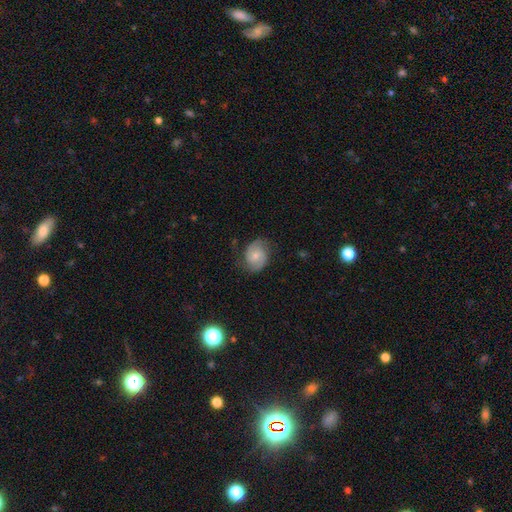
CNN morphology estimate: smooth_or_featured: featured or disk (p=0.68) [alt: smooth p=0.25]
disk_edge_on: no (p=0.98) [alt: yes p=0.02]
bar: no (p=0.65) [alt: weak p=0.31]
has_spiral_arms: yes (p=0.94) [alt: no p=0.06]
spiral_winding: medium (p=0.47) [alt: tight p=0.35]
spiral_arm_count: 2 (p=0.88) [alt: can't tell p=0.06]
bulge_size: moderate (p=0.47) [alt: small p=0.44]
merging: none (p=0.74) [alt: minor disturbance p=0.19]